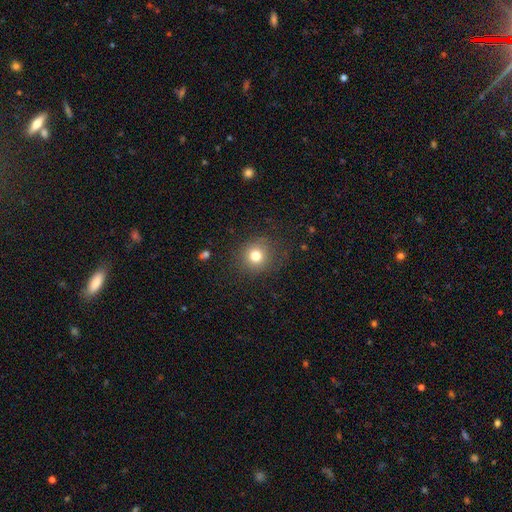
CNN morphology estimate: A smooth galaxy with no disk features (78%) that is round (88%).

Vote fractions:
- Smooth or featured? smooth: 78% / star or artifact: 13% / featured or disk: 9%
- How rounded? round: 88% / in between: 11% / cigar-shaped: 1%
- Merging? none: 82% / minor disturbance: 11% / major disturbance: 5% / merger: 1%